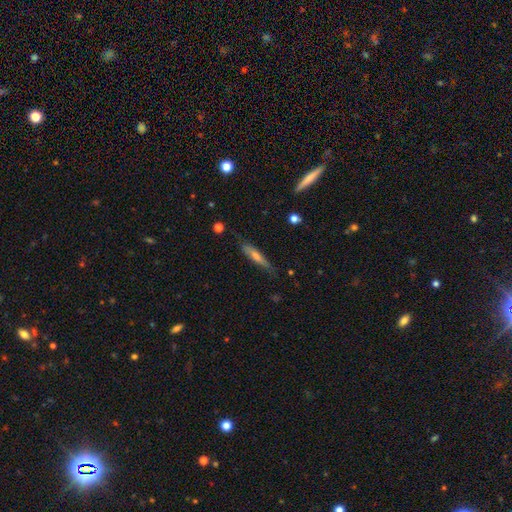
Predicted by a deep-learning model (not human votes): Smooth or featured?
  - featured or disk: 47% *
  - smooth: 45%
  - star or artifact: 8%
Merging?
  - none: 76% *
  - minor disturbance: 19%
  - major disturbance: 4%
  - merger: 2%